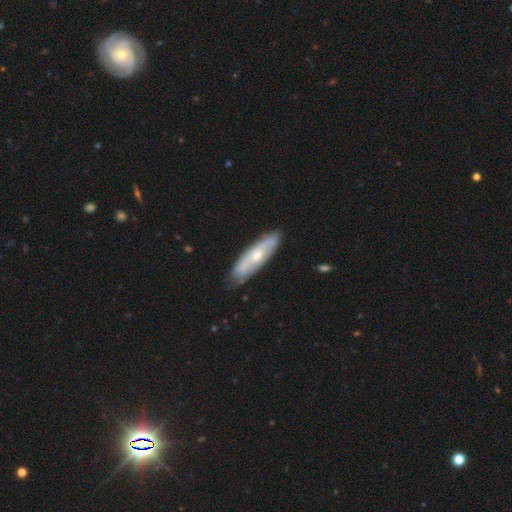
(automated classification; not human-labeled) A featured or disk galaxy (51%).

Vote fractions:
- Smooth or featured? featured or disk: 51% / smooth: 44% / star or artifact: 5%
- Edge-on disk? no: 62% / yes: 38%
- Merging? none: 81% / minor disturbance: 15% / major disturbance: 3% / merger: 2%